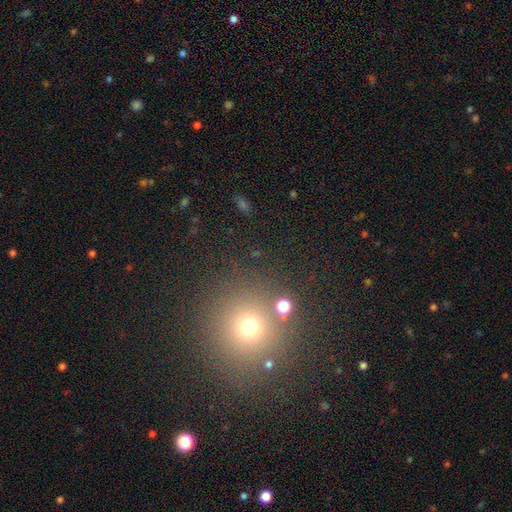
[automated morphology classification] This is possibly a smooth galaxy (54%). How rounded: clearly round (93%). Merging: clearly none (84%).